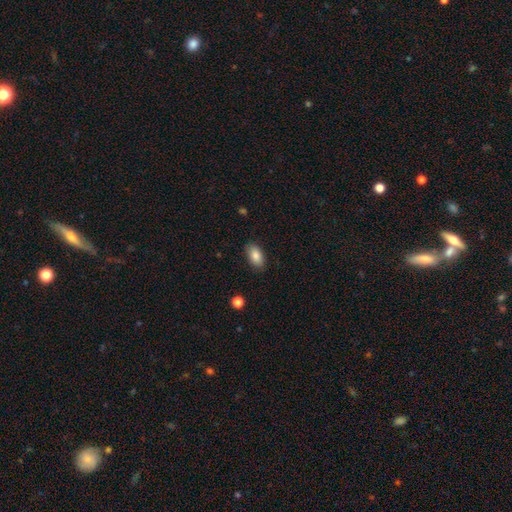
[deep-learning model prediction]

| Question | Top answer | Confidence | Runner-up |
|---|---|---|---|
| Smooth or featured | smooth | 87% | star or artifact (7%) |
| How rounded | in between | 93% | round (4%) |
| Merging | none | 87% | minor disturbance (10%) |